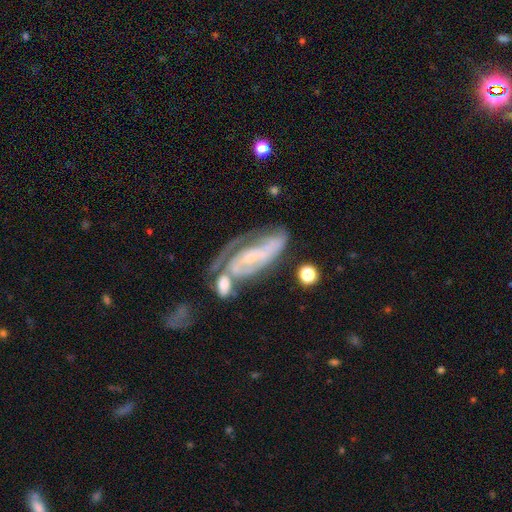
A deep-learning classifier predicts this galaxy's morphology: featured or disk 81%, smooth 13%, star or artifact 6%. Down the decision tree: edge-on disk — no (92%); bar — no (55%); spiral arms — yes (89%); spiral arm count — 2 (45%); spiral winding — tight (54%); bulge size — small (71%); merging — none (29%, tied with merger).